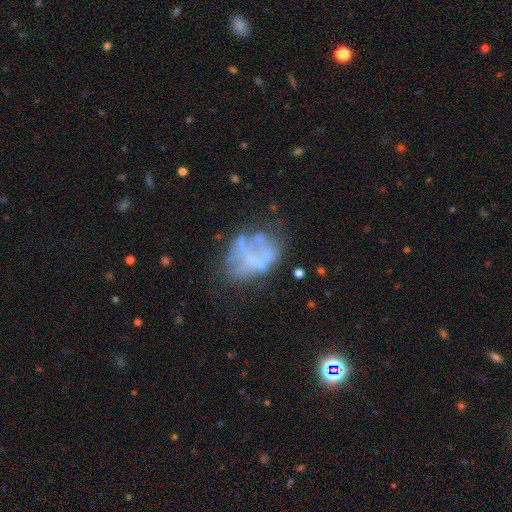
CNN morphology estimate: This appears to be a featured or disk galaxy (59%) with no bar (92%), no spiral arms (93%) and no central bulge (81%). Merging: none (43%).